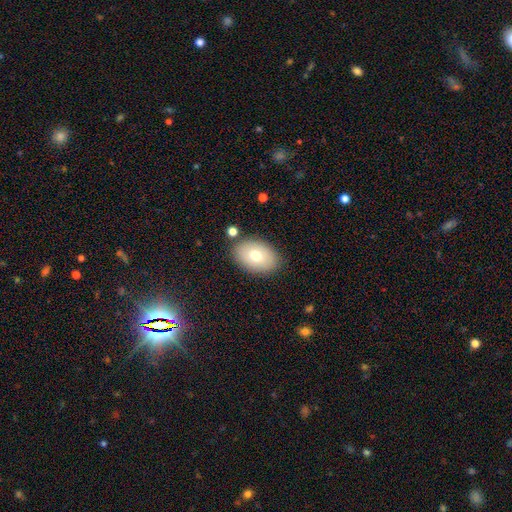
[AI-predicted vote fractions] Smooth or featured: smooth — 72% (featured or disk — 21%)
How rounded: in between — 88% (round — 11%)
Merging: none — 83% (minor disturbance — 11%)